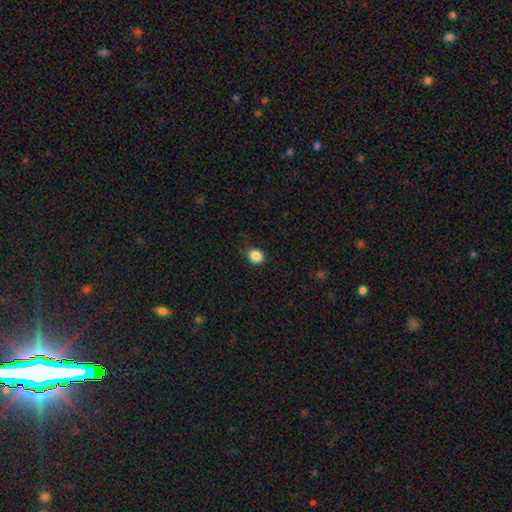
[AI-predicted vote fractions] The model was most divided on "how rounded": round: 78%, in between: 21%, cigar-shaped: 1%. More confident: merging — none (87%); smooth or featured — smooth (86%).